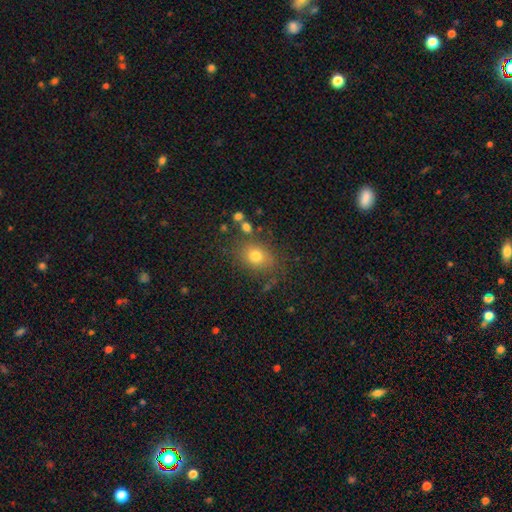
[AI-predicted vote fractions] smooth_or_featured: smooth (p=0.75) [alt: star or artifact p=0.14]
how_rounded: round (p=0.51) [alt: in between p=0.48]
merging: none (p=0.75) [alt: minor disturbance p=0.14]